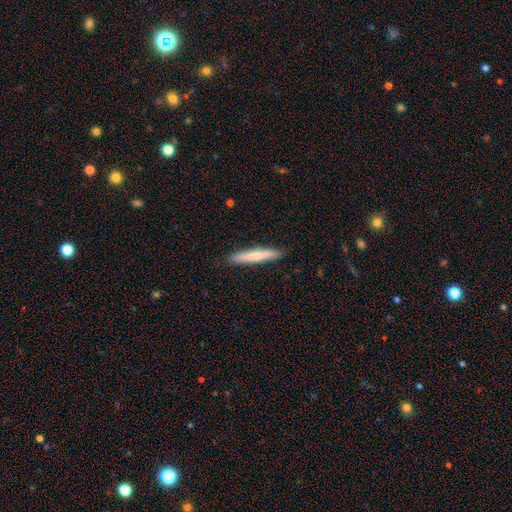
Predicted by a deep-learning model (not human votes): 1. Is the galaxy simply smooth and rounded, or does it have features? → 70% smooth, 25% featured or disk, 5% star or artifact.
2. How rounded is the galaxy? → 93% cigar-shaped, 6% in between, 1% round.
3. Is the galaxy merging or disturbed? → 89% none, 9% minor disturbance, 2% major disturbance, 1% merger.